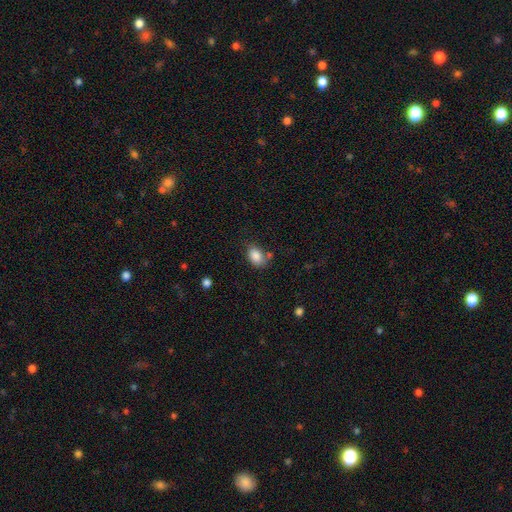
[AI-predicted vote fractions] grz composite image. It shows a smooth galaxy with no disk features (86%) that is in between round and cigar-shaped (82%). Merging: none (64%).